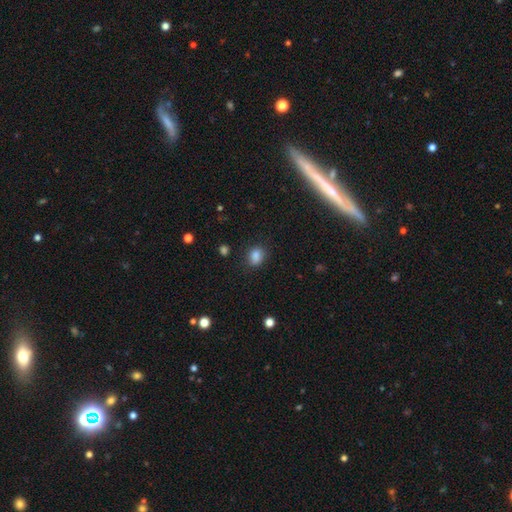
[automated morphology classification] type=smooth (84%); roundness=in between (55%); merging=none (76%).